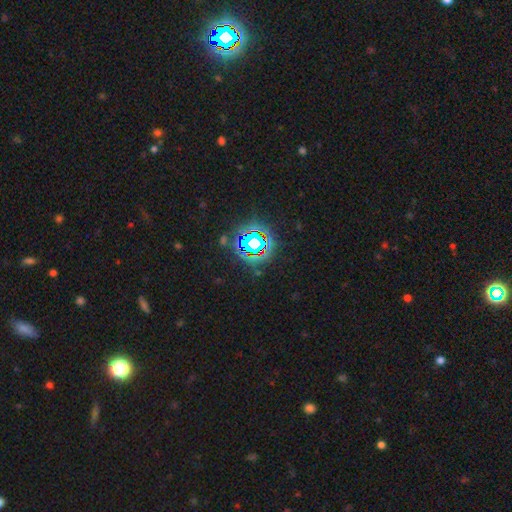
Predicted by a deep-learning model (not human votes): This appears to be a star or artifact, not a galaxy (81%).